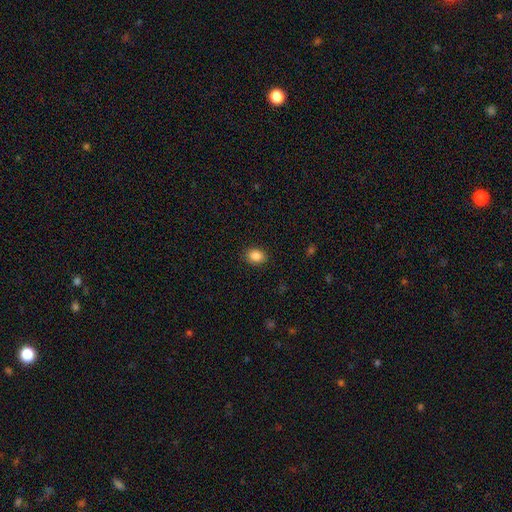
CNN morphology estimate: Overall: smooth (87%). How rounded: in between (64%; round 35%). Merging: none (89%).